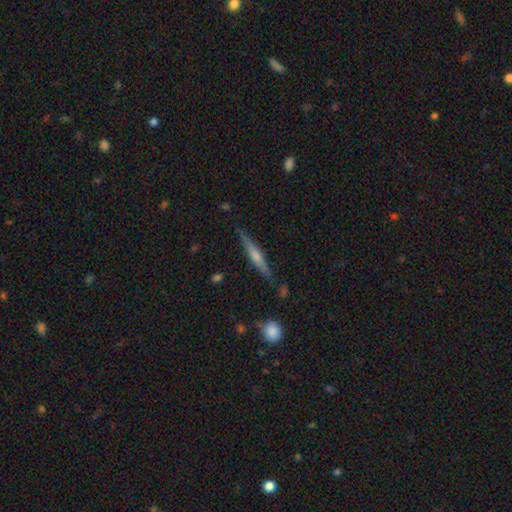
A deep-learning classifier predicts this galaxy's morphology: Q: Smooth or featured?
A: featured or disk (57%); runner-up: smooth (36%)
Q: Edge-on disk?
A: yes (97%); runner-up: no (3%)
Q: Edge-on bulge?
A: rounded (63%); runner-up: none (23%)
Q: Merging?
A: none (86%); runner-up: minor disturbance (10%)